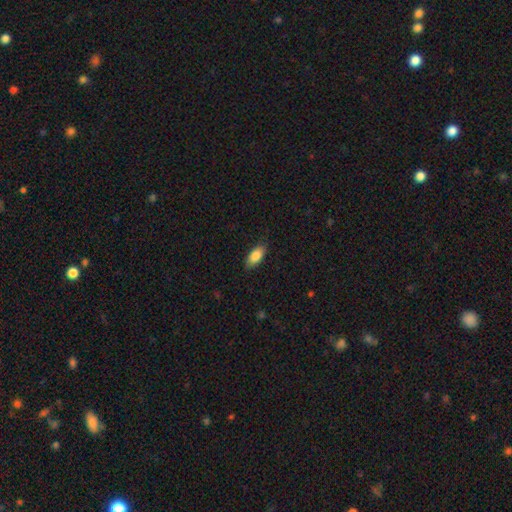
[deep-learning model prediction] A smooth galaxy with no disk features (85%) that is in between round and cigar-shaped (86%).

Vote fractions:
- Smooth or featured? smooth: 85% / featured or disk: 9% / star or artifact: 6%
- How rounded? in between: 86% / cigar-shaped: 11% / round: 3%
- Merging? none: 84% / minor disturbance: 12% / major disturbance: 3% / merger: 1%